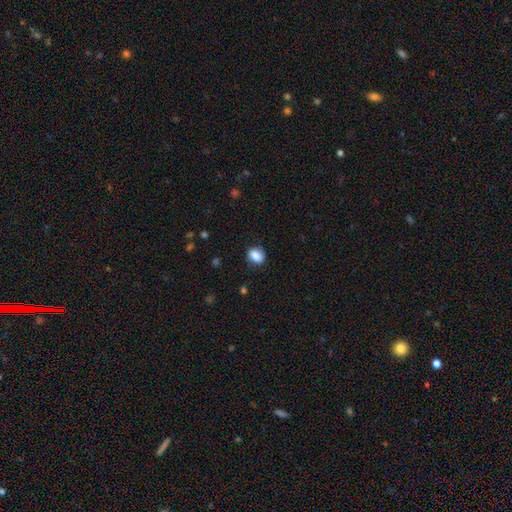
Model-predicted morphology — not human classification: Smooth or featured?
  - smooth: 85% *
  - star or artifact: 8%
  - featured or disk: 7%
How rounded?
  - in between: 58% *
  - round: 41%
  - cigar-shaped: 1%
Merging?
  - none: 81% *
  - minor disturbance: 14%
  - major disturbance: 4%
  - merger: 1%